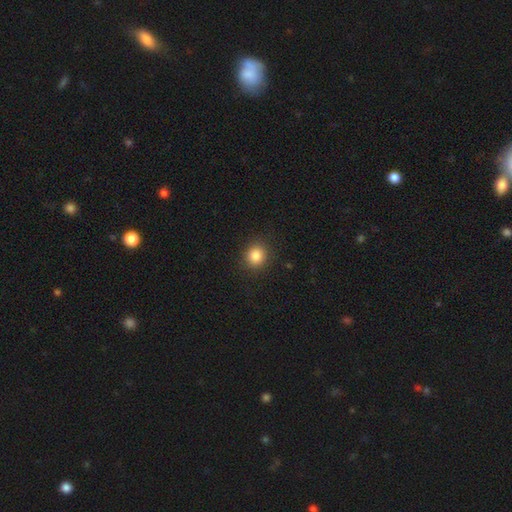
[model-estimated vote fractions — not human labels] Q: Smooth or featured?
A: smooth (85%); runner-up: star or artifact (11%)
Q: How rounded?
A: round (81%); runner-up: in between (18%)
Q: Merging?
A: none (89%); runner-up: minor disturbance (8%)